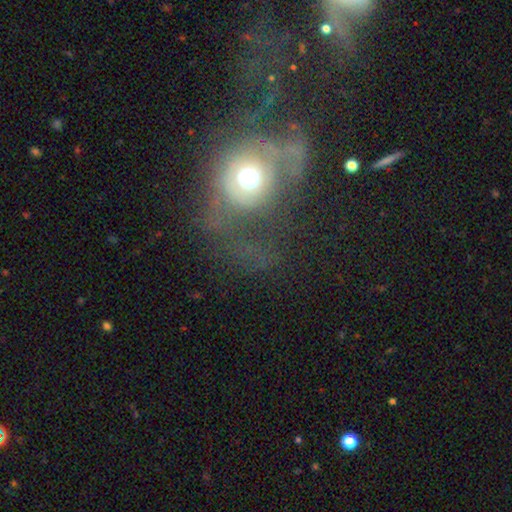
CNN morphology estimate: This is marginally a featured or disk galaxy (42%). Merging: possibly major disturbance (53%).